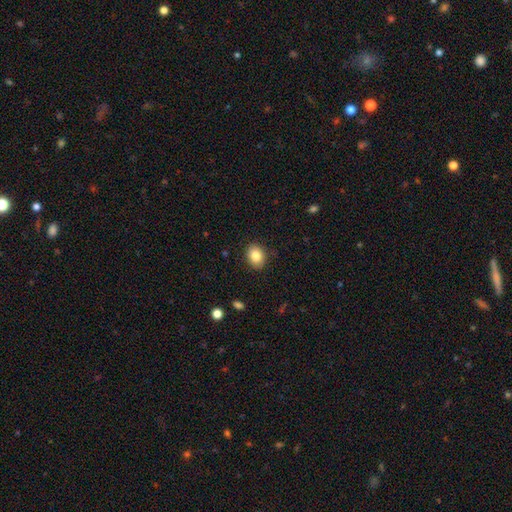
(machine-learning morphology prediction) Smooth or featured? smooth (84%)
How rounded? in between (58%)
Merging? none (88%)